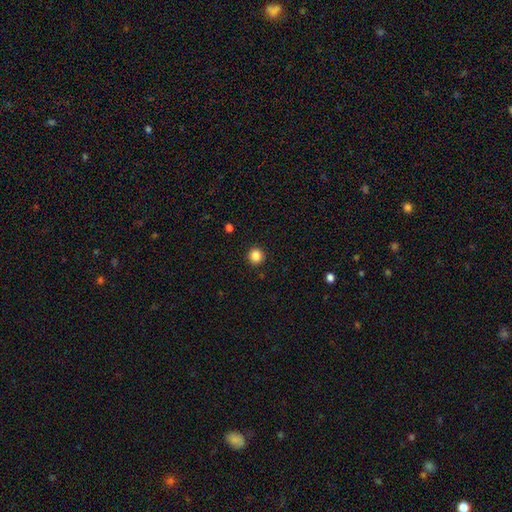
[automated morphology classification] Smooth or featured?
  - smooth: 86% *
  - star or artifact: 11%
  - featured or disk: 3%
How rounded?
  - round: 92% *
  - in between: 7%
  - cigar-shaped: 1%
Merging?
  - none: 92% *
  - minor disturbance: 5%
  - major disturbance: 2%
  - merger: 1%